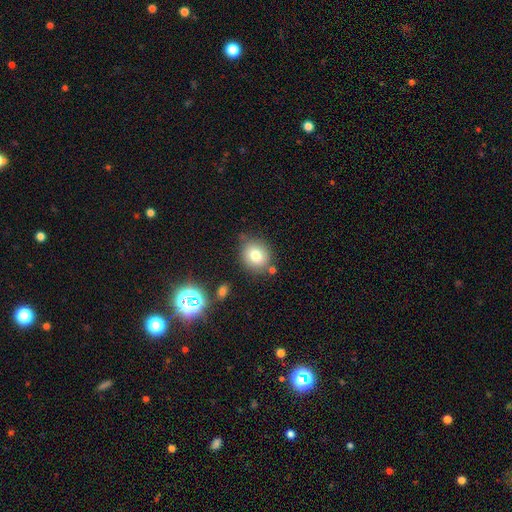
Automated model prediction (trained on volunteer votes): Smooth or featured?
  - smooth: 77% *
  - star or artifact: 12%
  - featured or disk: 11%
How rounded?
  - round: 75% *
  - in between: 24%
  - cigar-shaped: 1%
Merging?
  - none: 73% *
  - minor disturbance: 16%
  - merger: 7%
  - major disturbance: 4%